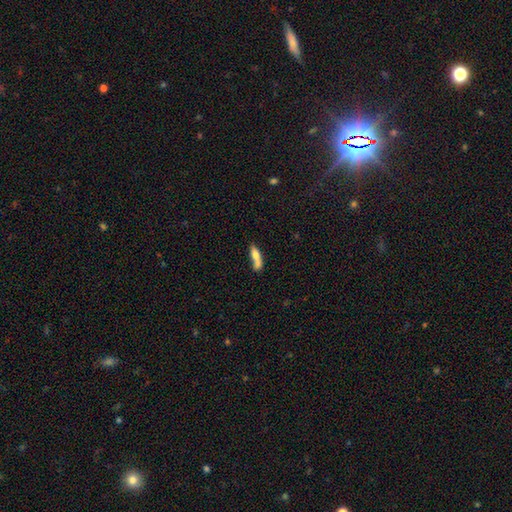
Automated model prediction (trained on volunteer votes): This appears to be a smooth galaxy with no disk features (67%) that is cigar-shaped (54%). Merging: merger (43%).